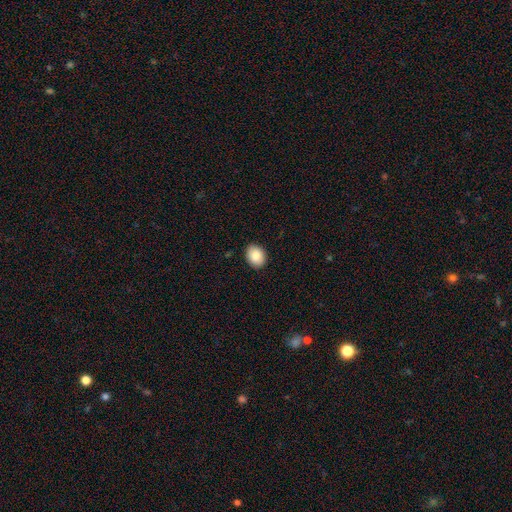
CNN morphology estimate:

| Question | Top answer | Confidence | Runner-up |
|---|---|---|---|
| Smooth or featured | smooth | 85% | star or artifact (8%) |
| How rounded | in between | 62% | round (37%) |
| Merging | none | 90% | minor disturbance (8%) |